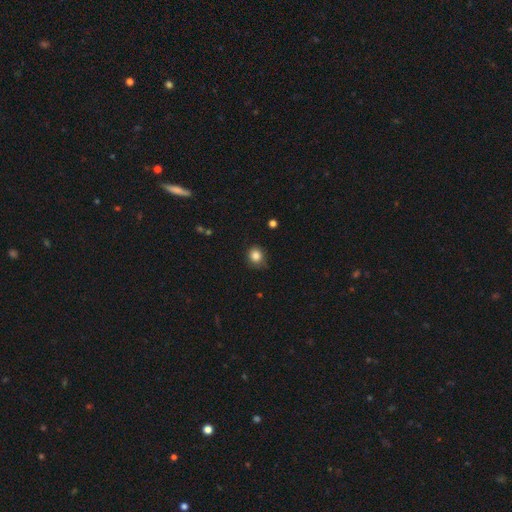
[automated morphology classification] This is clearly a smooth galaxy (84%). How rounded: clearly round (81%). Merging: likely none (74%).